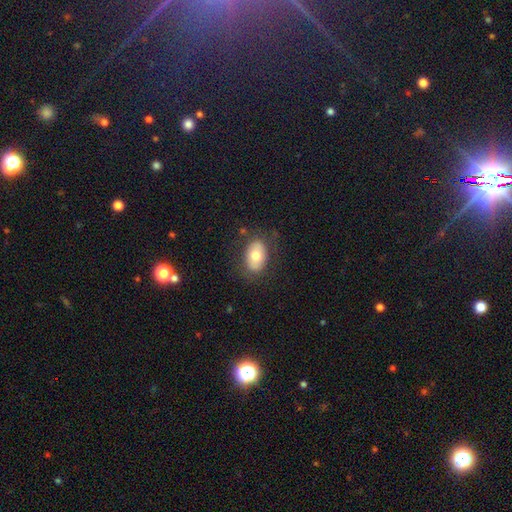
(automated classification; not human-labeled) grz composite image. It shows a smooth galaxy with no disk features (68%) that is in between round and cigar-shaped (86%). Merging: none (78%).